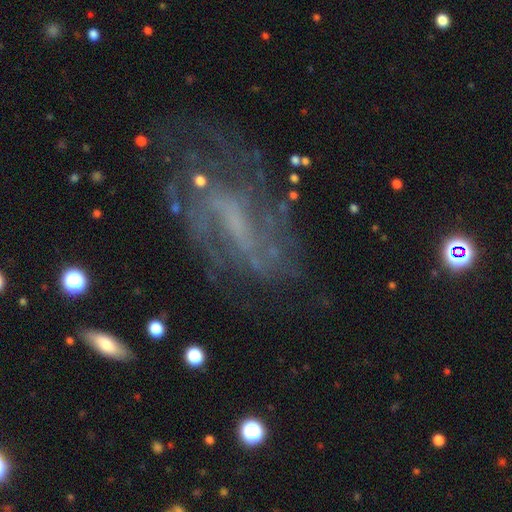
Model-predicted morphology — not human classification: Overall: featured or disk (78%). Edge-on disk: no (94%). Bar: weak (45%; no 34%). Spiral arms: yes (82%). Spiral arm count: can't tell (42%; 2 27%). Spiral winding: medium (40%; loose 31%). Bulge size: none (48%; small 30%). Merging: none (57%; major disturbance 21%).